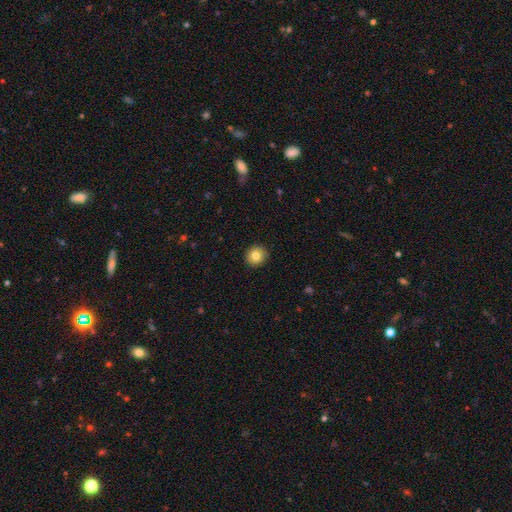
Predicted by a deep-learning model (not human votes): A smooth galaxy with no disk features (82%) that is round (90%).

Vote fractions:
- Smooth or featured? smooth: 82% / star or artifact: 9% / featured or disk: 8%
- How rounded? round: 90% / in between: 9% / cigar-shaped: 1%
- Merging? none: 92% / minor disturbance: 5% / major disturbance: 2% / merger: 1%